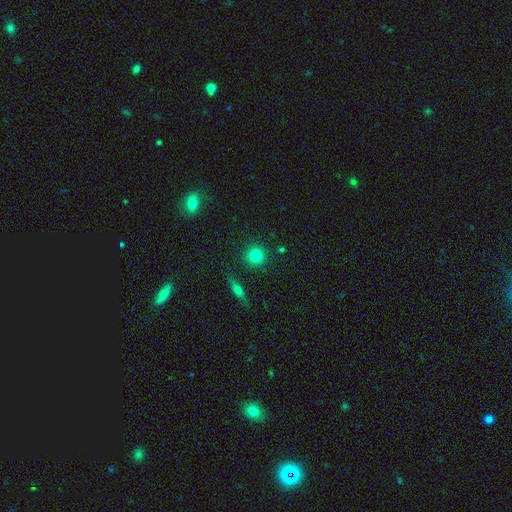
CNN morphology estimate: Smooth or featured: smooth — 82% (star or artifact — 11%)
How rounded: round — 93% (in between — 6%)
Merging: none — 88% (minor disturbance — 6%)